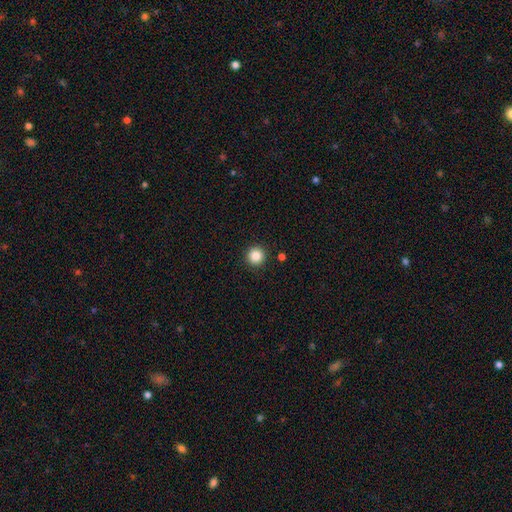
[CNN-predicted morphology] The model was most divided on "smooth or featured": smooth: 86%, star or artifact: 10%, featured or disk: 4%. More confident: how rounded — round (96%); merging — none (91%).